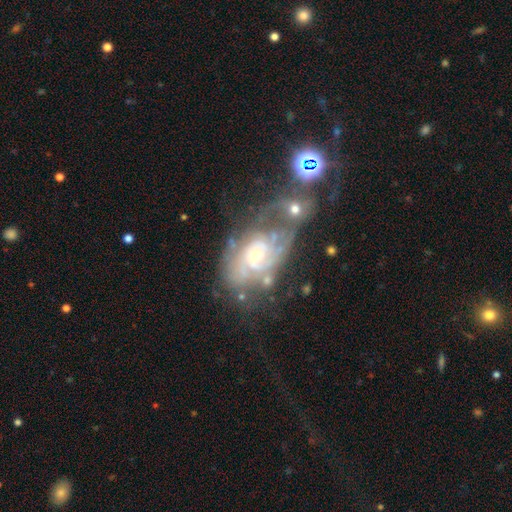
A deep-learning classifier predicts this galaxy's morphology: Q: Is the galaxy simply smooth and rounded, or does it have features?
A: featured or disk — 80%.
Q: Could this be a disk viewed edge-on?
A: no — 96%.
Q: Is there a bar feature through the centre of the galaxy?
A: no — 75%.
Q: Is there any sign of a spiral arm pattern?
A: yes — 85%.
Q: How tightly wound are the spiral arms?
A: tight — 56%.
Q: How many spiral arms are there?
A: can't tell — 44%.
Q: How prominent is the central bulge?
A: small — 60%.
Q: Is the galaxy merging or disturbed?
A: none — 30%.